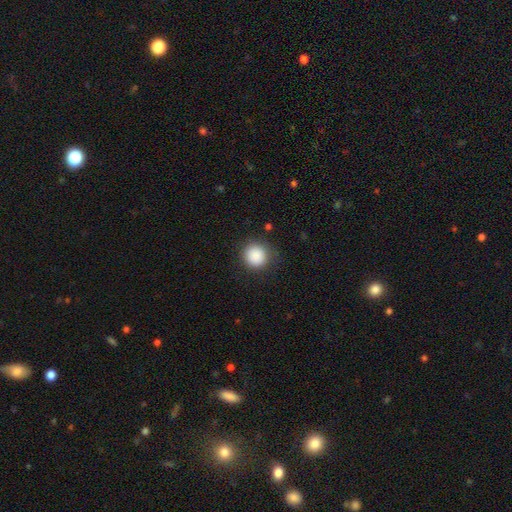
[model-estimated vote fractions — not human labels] A smooth galaxy with no disk features (88%) that is round (92%). Merging: none (87%).